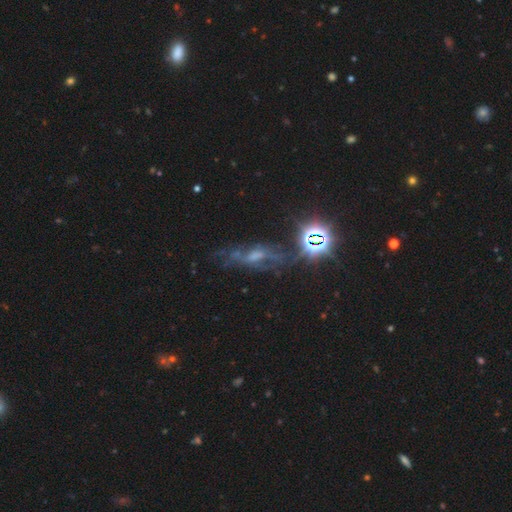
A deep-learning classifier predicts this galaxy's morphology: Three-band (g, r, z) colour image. It shows a featured or disk galaxy (47%). Merging: none (45%).